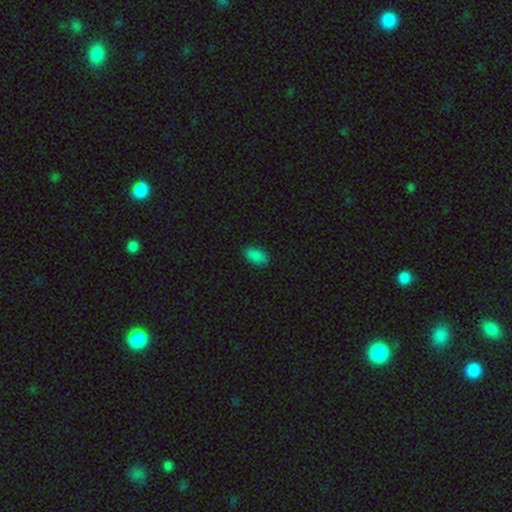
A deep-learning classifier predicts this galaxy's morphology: smooth 87%, star or artifact 10%, featured or disk 3%. Down the decision tree: how rounded — in between (93%); merging — none (85%).